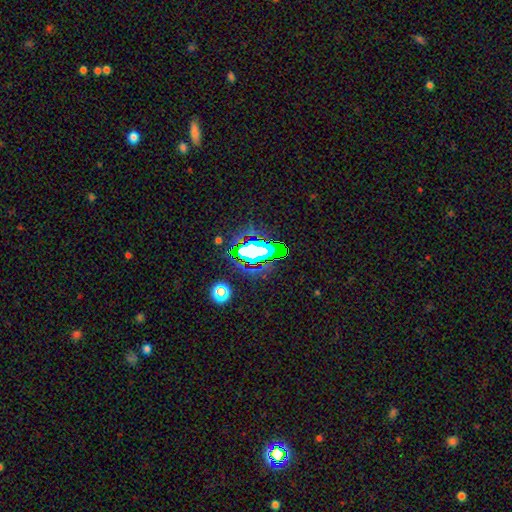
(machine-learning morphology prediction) This is possibly a star or artifact rather than a galaxy (54%).